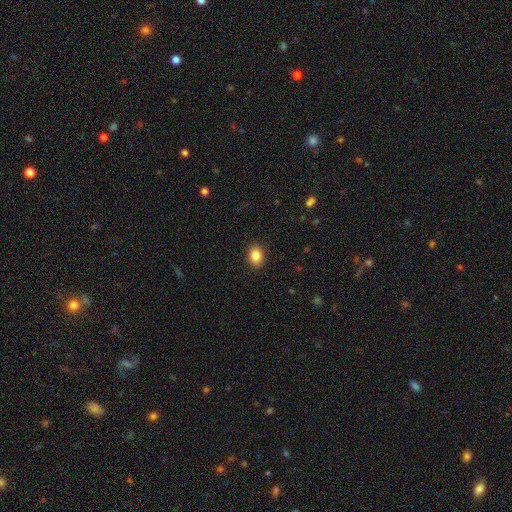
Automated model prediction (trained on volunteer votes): Smooth or featured? Predicted: smooth (p=0.86). How rounded? Predicted: in between (p=0.68). Merging? Predicted: none (p=0.90).